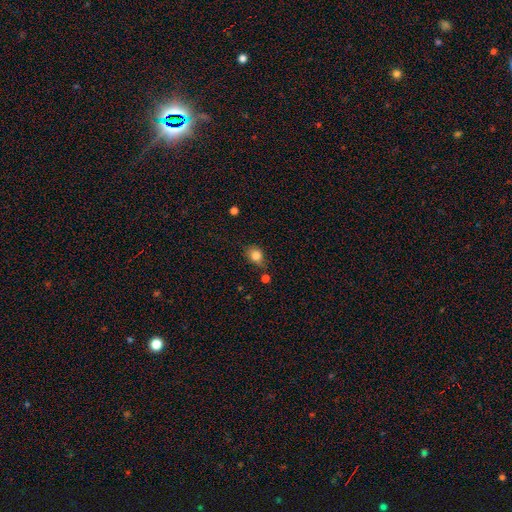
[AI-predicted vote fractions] Overall: smooth (82%). How rounded: round (55%; in between 44%). Merging: none (58%; minor disturbance 28%).